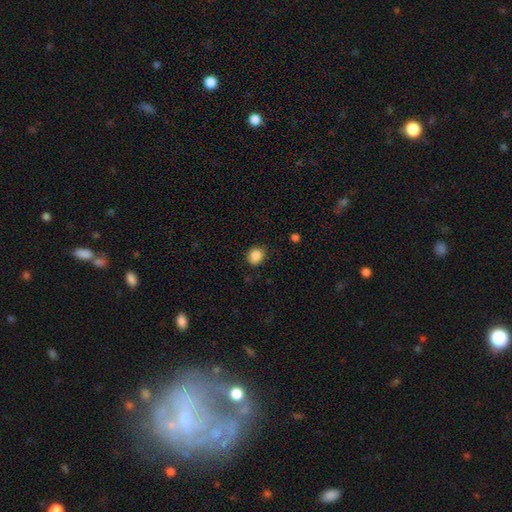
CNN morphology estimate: This appears to be a smooth galaxy with no disk features (87%) that is round (78%). Merging: none (84%).